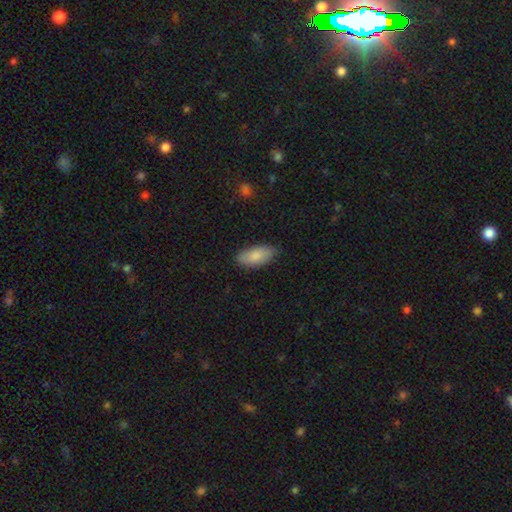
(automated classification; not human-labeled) The model was most divided on "merging": none: 81%, minor disturbance: 15%, major disturbance: 3%, merger: 1%. More confident: how rounded — in between (90%); smooth or featured — smooth (85%).